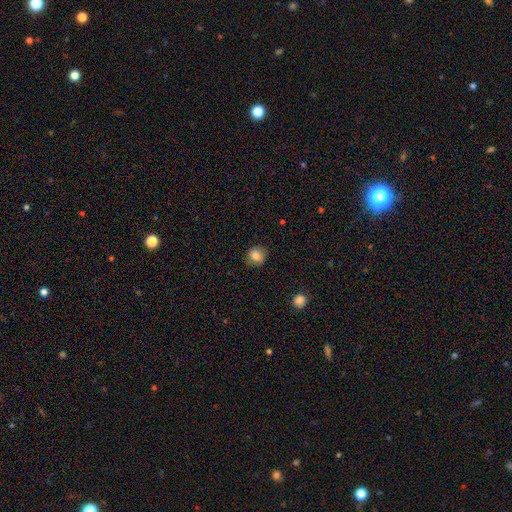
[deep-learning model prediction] Overall: smooth (82%). How rounded: round (80%). Merging: none (85%).